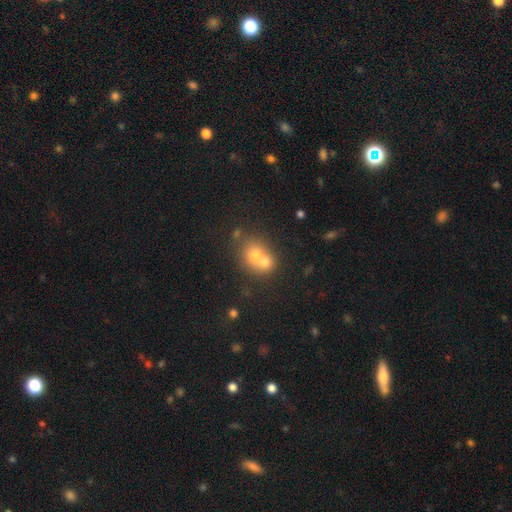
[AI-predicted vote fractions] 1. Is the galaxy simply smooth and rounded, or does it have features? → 64% smooth, 23% featured or disk, 12% star or artifact.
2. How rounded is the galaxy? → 71% round, 28% in between, 1% cigar-shaped.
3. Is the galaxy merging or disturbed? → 64% merger, 28% none, 6% minor disturbance, 3% major disturbance.